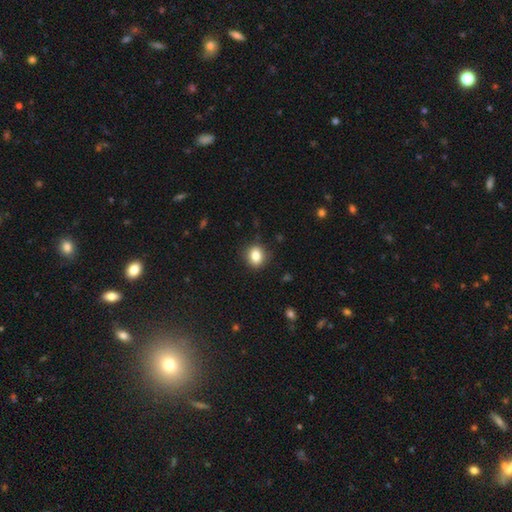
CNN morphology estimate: Smooth or featured? Predicted: smooth (p=0.84). How rounded? Predicted: round (p=0.59). Merging? Predicted: none (p=0.87).